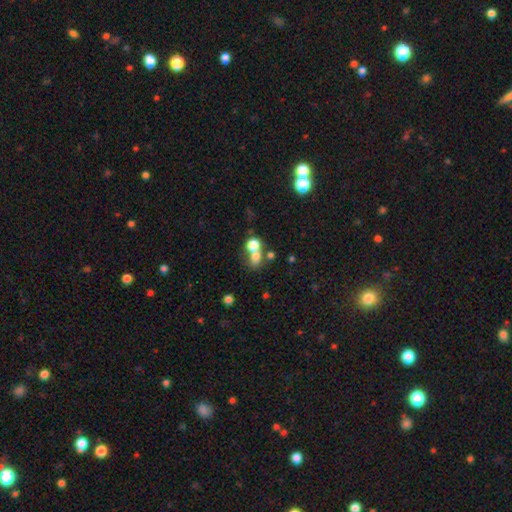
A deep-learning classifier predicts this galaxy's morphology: A smooth galaxy with no disk features (70%) that is round (60%).

Vote fractions:
- Smooth or featured? smooth: 70% / star or artifact: 16% / featured or disk: 14%
- How rounded? round: 60% / in between: 38% / cigar-shaped: 2%
- Merging? merger: 54% / none: 33% / minor disturbance: 8% / major disturbance: 6%